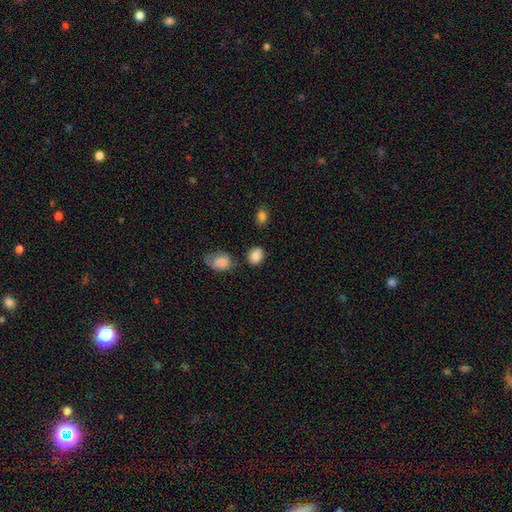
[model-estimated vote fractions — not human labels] This is clearly a smooth galaxy (86%). How rounded: possibly in between (55%). Merging: likely none (70%).